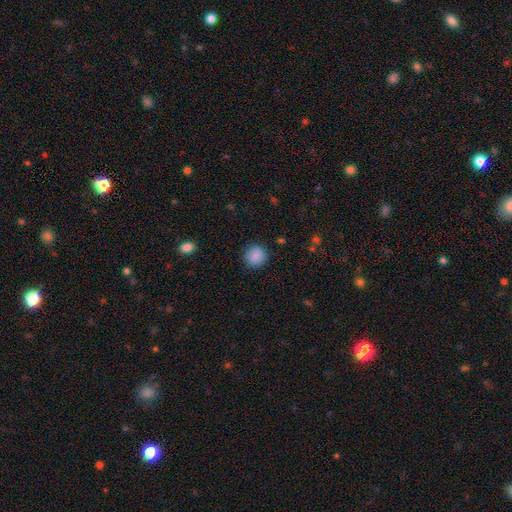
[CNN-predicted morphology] A smooth galaxy with no disk features (87%) that is round (88%). Merging: none (87%).